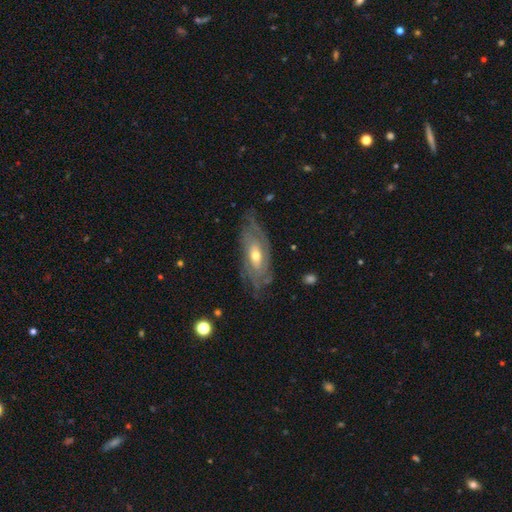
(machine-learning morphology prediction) Overall: featured or disk (79%). Edge-on disk: no (87%). Bar: no (67%). Spiral arms: yes (84%). Spiral arm count: can't tell (57%; 2 22%). Spiral winding: tight (68%). Bulge size: moderate (62%; small 32%). Merging: none (68%).